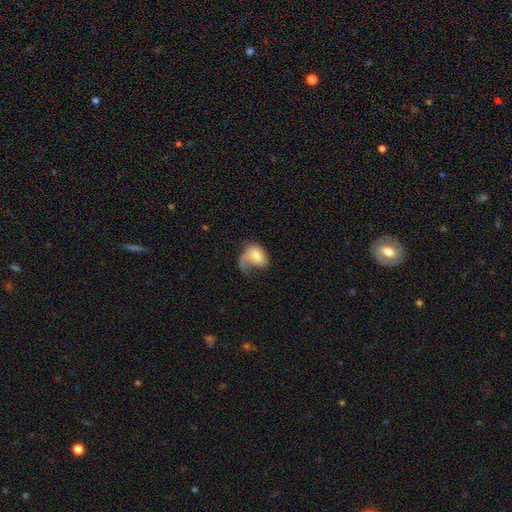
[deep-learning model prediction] Morphology: type=smooth (53%); roundness=in between (78%); merging=major disturbance (51%).